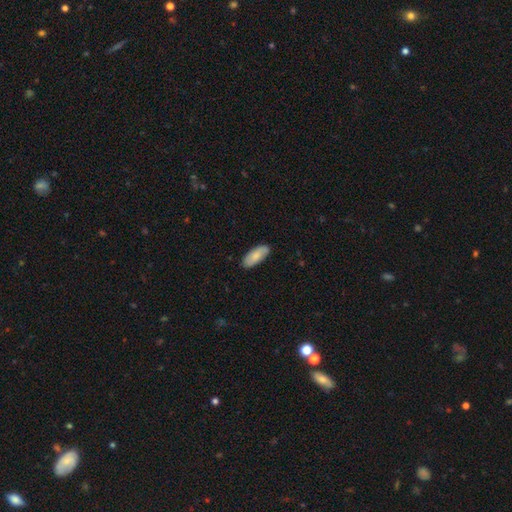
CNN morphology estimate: The model was most divided on "smooth or featured": smooth: 79%, featured or disk: 15%, star or artifact: 6%. More confident: merging — none (84%); how rounded — in between (83%).